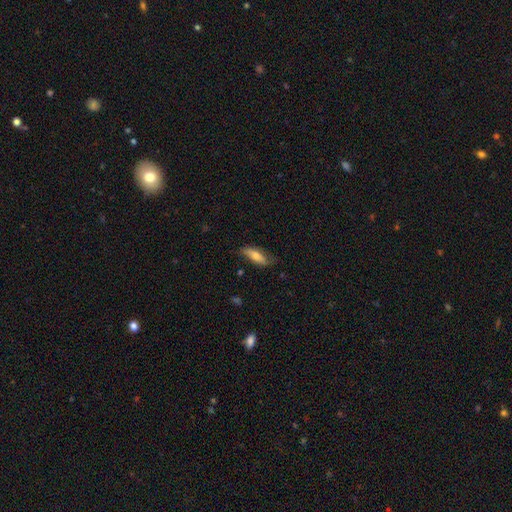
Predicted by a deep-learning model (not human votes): Morphology: type=smooth (62%); roundness=in between (59%); merging=none (68%).